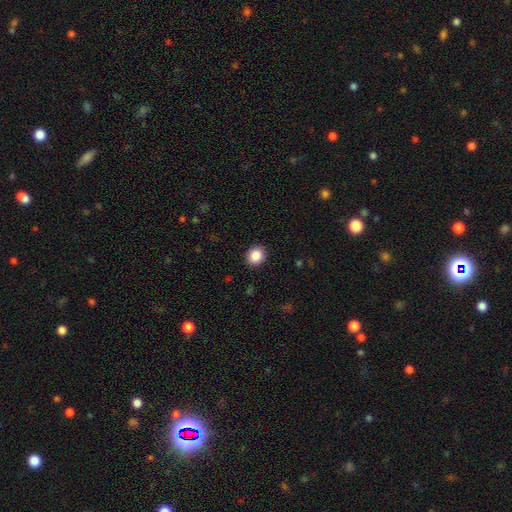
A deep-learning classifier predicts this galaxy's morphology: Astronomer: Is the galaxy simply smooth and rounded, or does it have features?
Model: smooth — 88%.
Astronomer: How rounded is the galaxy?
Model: round — 82%.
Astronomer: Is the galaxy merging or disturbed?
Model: none — 91%.